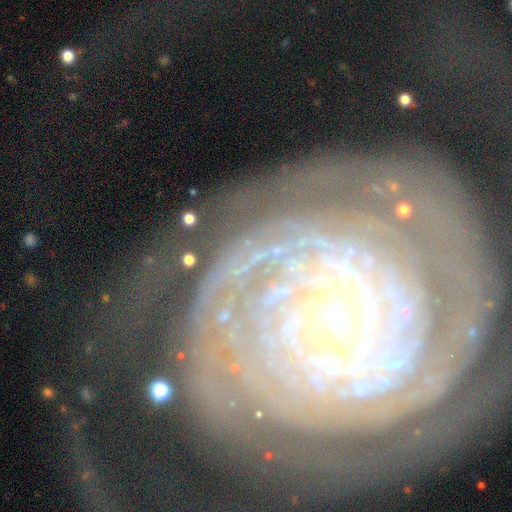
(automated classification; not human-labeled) featured or disk 89%, star or artifact 6%, smooth 5%. Down the decision tree: edge-on disk — no (97%); bar — no (72%); spiral arms — yes (96%); spiral arm count — can't tell (27%); spiral winding — tight (83%); bulge size — moderate (52%); merging — none (71%).